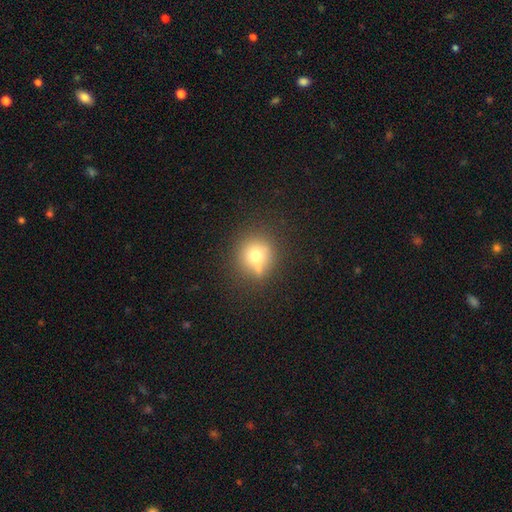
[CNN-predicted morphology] Smooth or featured: smooth — 71% (featured or disk — 16%)
How rounded: round — 90% (in between — 9%)
Merging: none — 66% (merger — 16%)